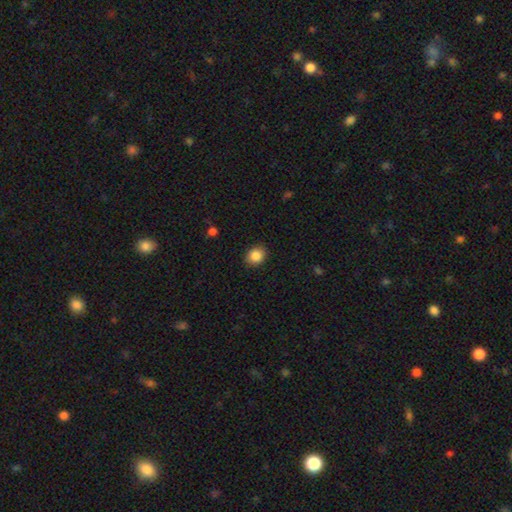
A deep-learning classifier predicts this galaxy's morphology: smooth_or_featured: smooth (p=0.87) [alt: star or artifact p=0.09]
how_rounded: round (p=0.63) [alt: in between p=0.36]
merging: none (p=0.89) [alt: minor disturbance p=0.08]